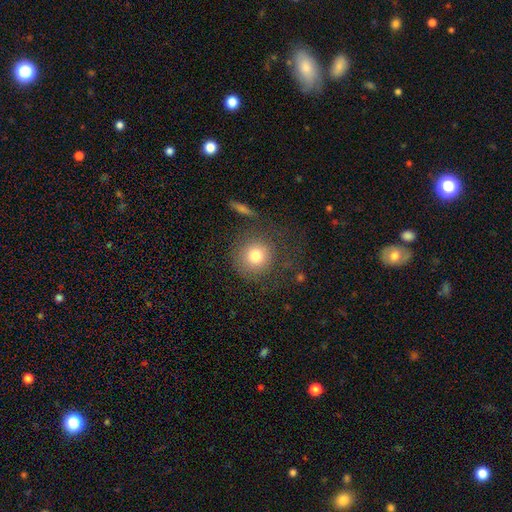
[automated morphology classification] Smooth or featured? Predicted: smooth (p=0.78). How rounded? Predicted: round (p=0.92). Merging? Predicted: none (p=0.74).